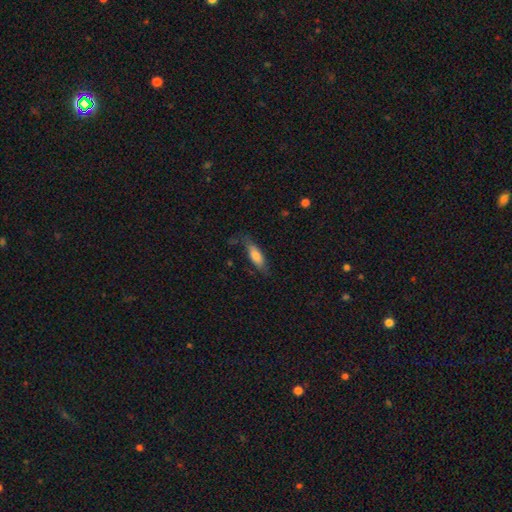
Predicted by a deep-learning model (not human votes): Smooth or featured? Predicted: smooth (p=0.73). How rounded? Predicted: in between (p=0.56). Merging? Predicted: none (p=0.64).